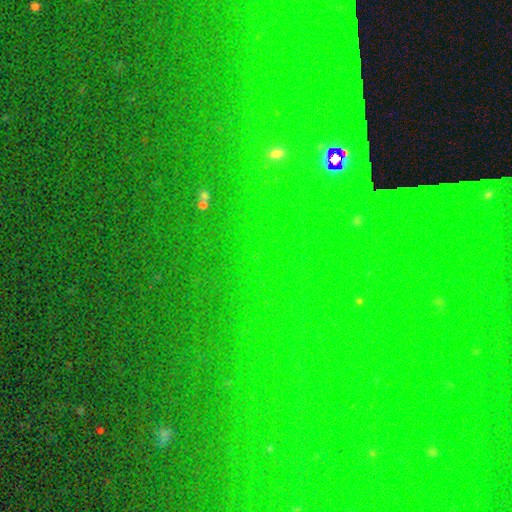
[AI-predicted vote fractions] Smooth or featured? star or artifact (78%)